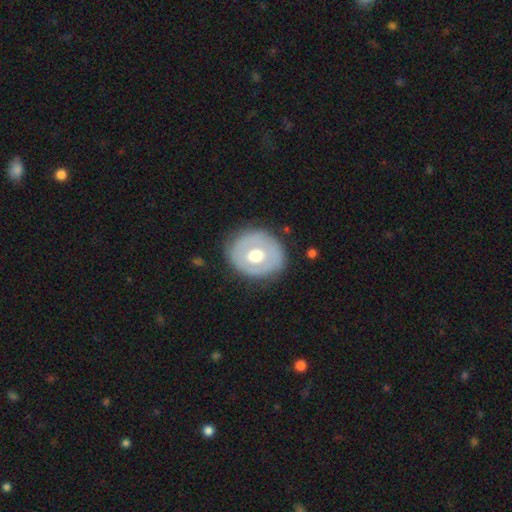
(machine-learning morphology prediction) featured or disk 50%, smooth 44%, star or artifact 6%. Down the decision tree: edge-on disk — no (95%); merging — none (82%).